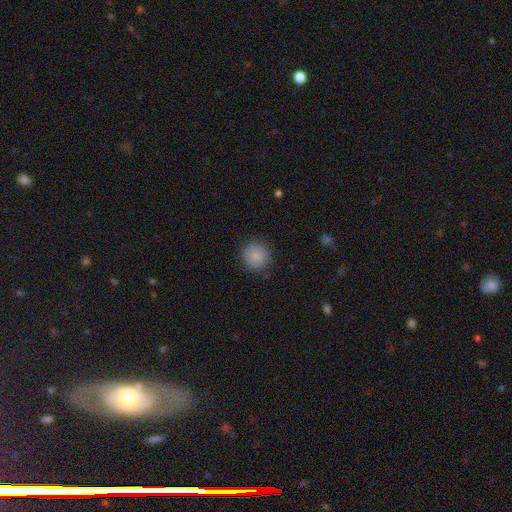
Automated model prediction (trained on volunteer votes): Overall: smooth (85%). How rounded: round (93%). Merging: none (87%).